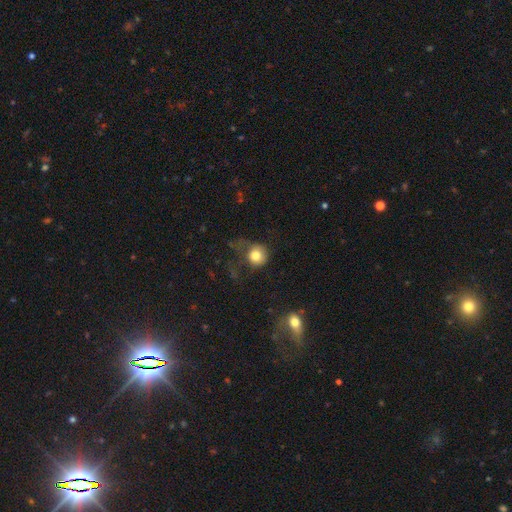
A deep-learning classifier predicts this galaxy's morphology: A smooth galaxy with no disk features (78%) that is round (86%). Merging: none (41%).